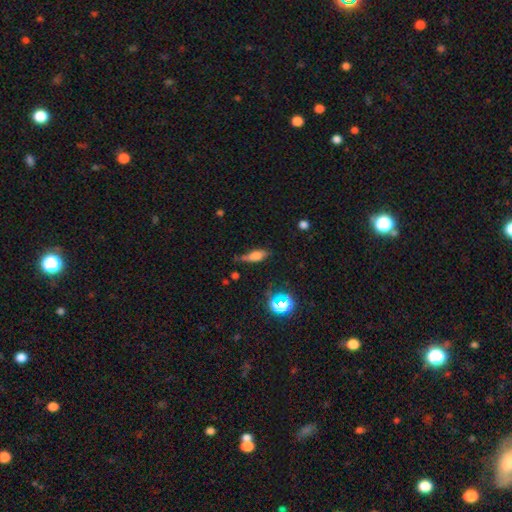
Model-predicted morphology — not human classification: smooth-or-featured: smooth: 59% | featured or disk: 27% | star or artifact: 14%
  how-rounded: in between: 58% | cigar-shaped: 37% | round: 5%
  merging: none: 56% | minor disturbance: 30% | major disturbance: 11% | merger: 4%